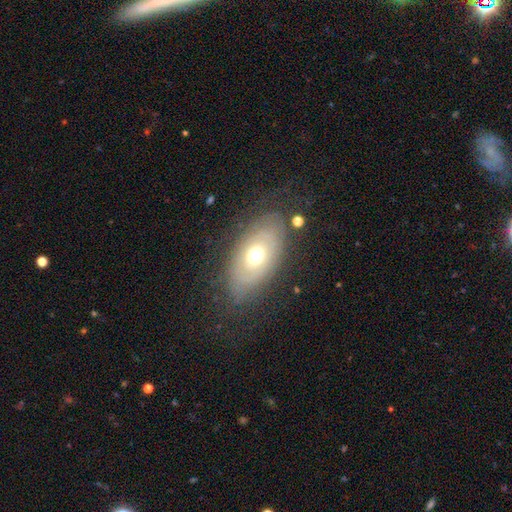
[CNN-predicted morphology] Overall: featured or disk (62%; smooth 30%). Edge-on disk: no (89%). Bar: no (88%). Spiral arms: no (52%; yes 48%). Bulge size: moderate (74%). Merging: none (74%).